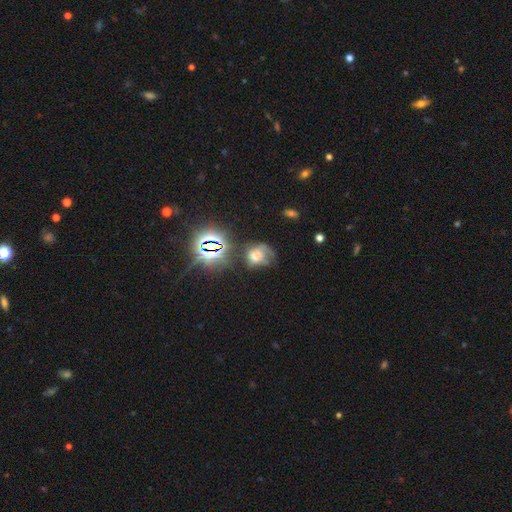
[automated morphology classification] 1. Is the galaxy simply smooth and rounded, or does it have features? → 41% smooth, 30% star or artifact, 28% featured or disk.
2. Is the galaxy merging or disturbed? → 35% none, 31% major disturbance, 26% minor disturbance, 8% merger.